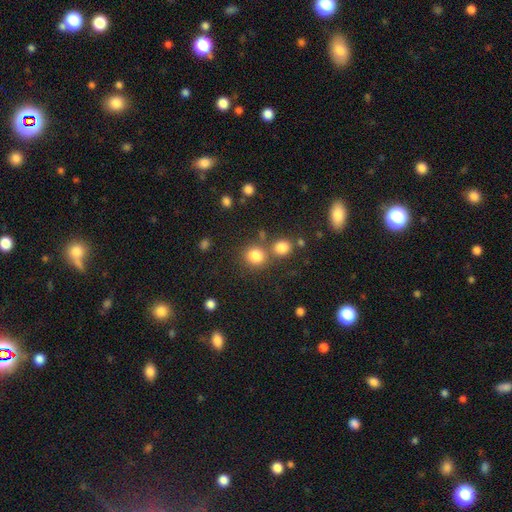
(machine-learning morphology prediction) type=smooth (82%); roundness=round (84%); merging=none (66%).